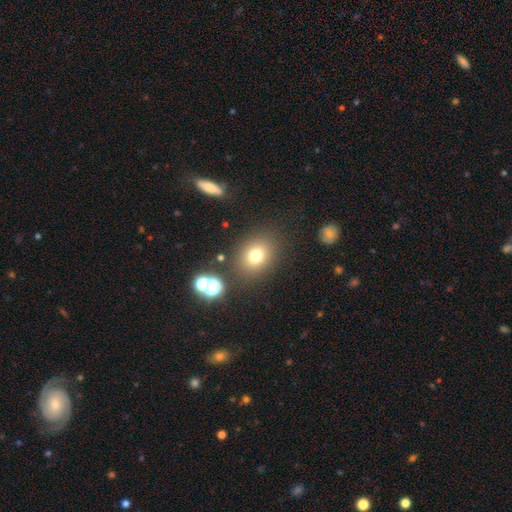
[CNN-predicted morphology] Smooth or featured: smooth — 74% (star or artifact — 16%)
How rounded: round — 56% (in between — 43%)
Merging: none — 82% (minor disturbance — 10%)